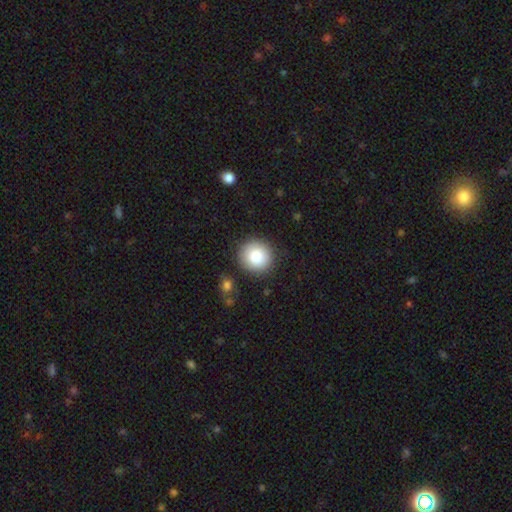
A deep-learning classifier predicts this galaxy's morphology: This appears to be a smooth galaxy with no disk features (85%) that is round (92%). Merging: none (88%).